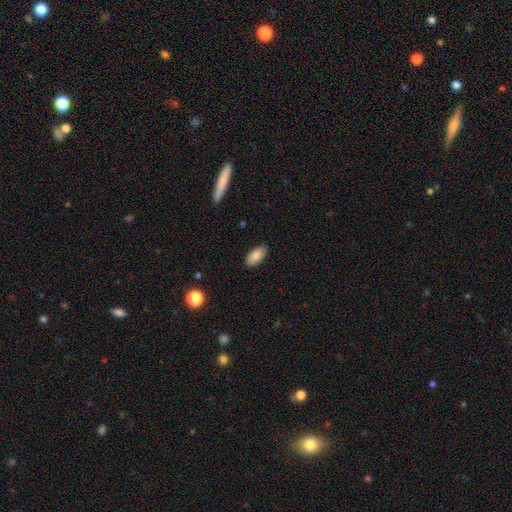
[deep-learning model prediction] Smooth or featured? Predicted: smooth (p=0.83). How rounded? Predicted: in between (p=0.93). Merging? Predicted: none (p=0.88).